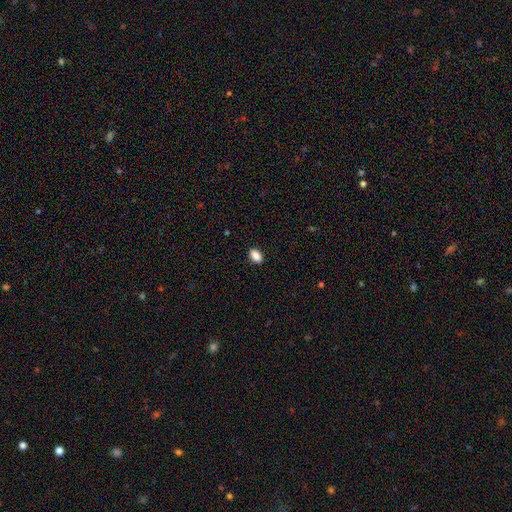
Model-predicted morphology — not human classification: smooth-or-featured: smooth: 89% | star or artifact: 8% | featured or disk: 3%
  how-rounded: in between: 88% | round: 10% | cigar-shaped: 2%
  merging: none: 89% | minor disturbance: 8% | major disturbance: 2% | merger: 1%